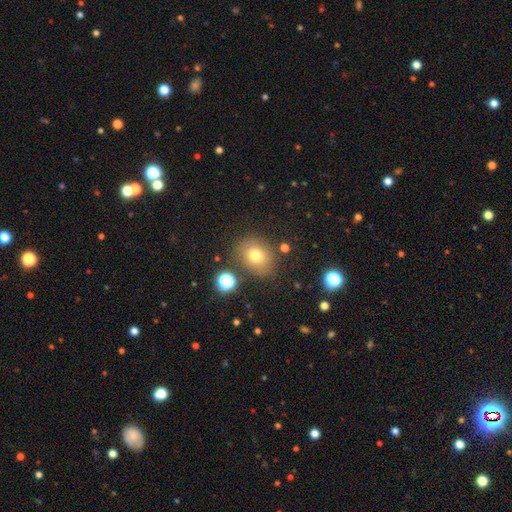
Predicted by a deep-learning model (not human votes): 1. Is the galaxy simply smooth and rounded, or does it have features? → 73% smooth, 15% star or artifact, 12% featured or disk.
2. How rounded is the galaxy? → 61% round, 38% in between, 1% cigar-shaped.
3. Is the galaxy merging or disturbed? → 78% none, 13% minor disturbance, 5% merger, 4% major disturbance.